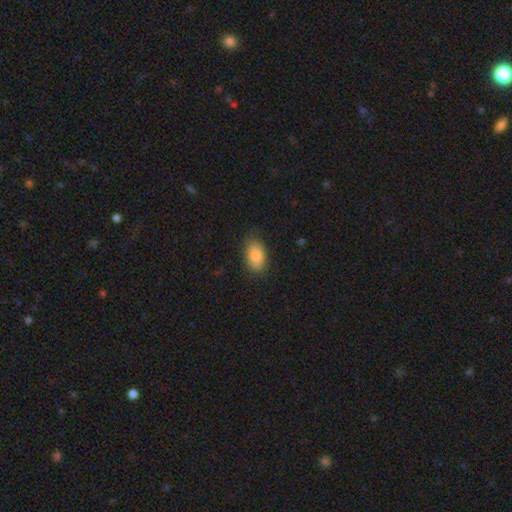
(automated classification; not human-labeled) smooth_or_featured: smooth (p=0.83) [alt: featured or disk p=0.10]
how_rounded: in between (p=0.90) [alt: round p=0.08]
merging: none (p=0.78) [alt: minor disturbance p=0.17]